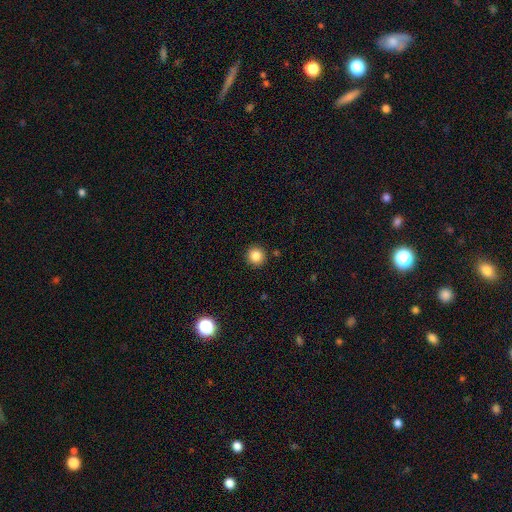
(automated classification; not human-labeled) smooth 85%, star or artifact 11%, featured or disk 5%. Down the decision tree: how rounded — round (95%); merging — none (92%).